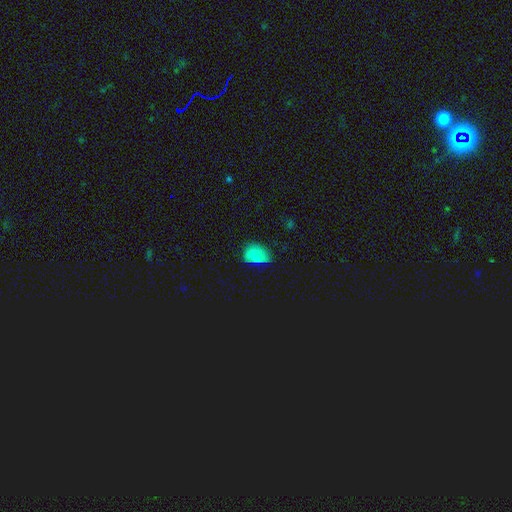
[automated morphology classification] smooth 76%, star or artifact 13%, featured or disk 11%. Down the decision tree: how rounded — in between (79%); merging — none (44%).